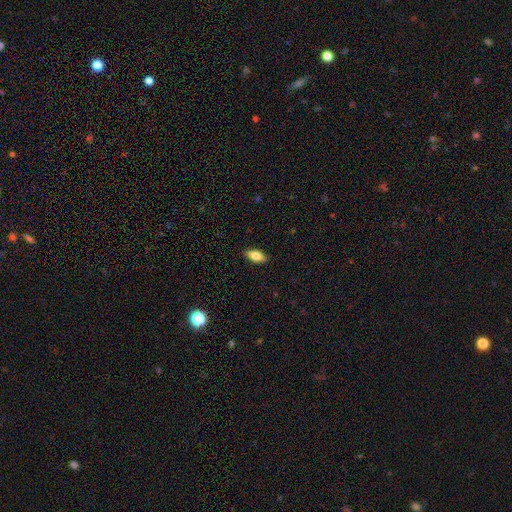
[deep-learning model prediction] Smooth or featured? smooth (78%)
How rounded? in between (84%)
Merging? none (89%)